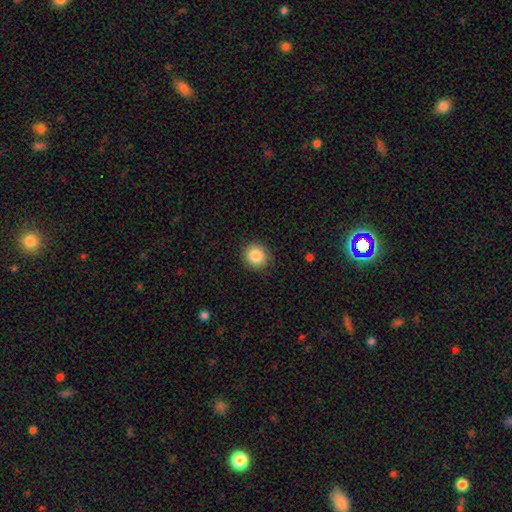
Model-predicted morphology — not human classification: This is clearly a smooth galaxy (86%). How rounded: clearly round (91%). Merging: clearly none (90%).